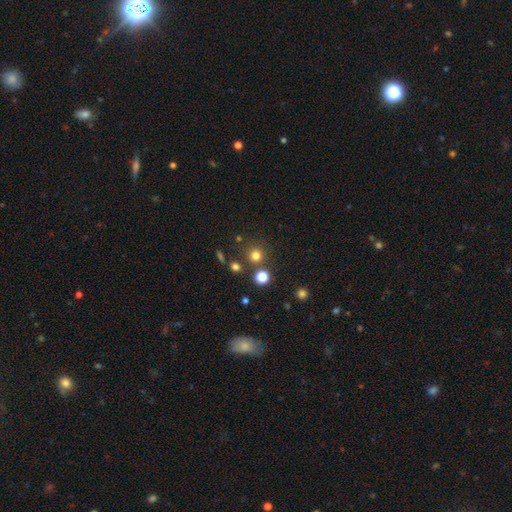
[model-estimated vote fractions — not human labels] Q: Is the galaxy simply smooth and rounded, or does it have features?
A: smooth — 76%.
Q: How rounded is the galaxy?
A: round — 93%.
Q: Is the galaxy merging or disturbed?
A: none — 80%.